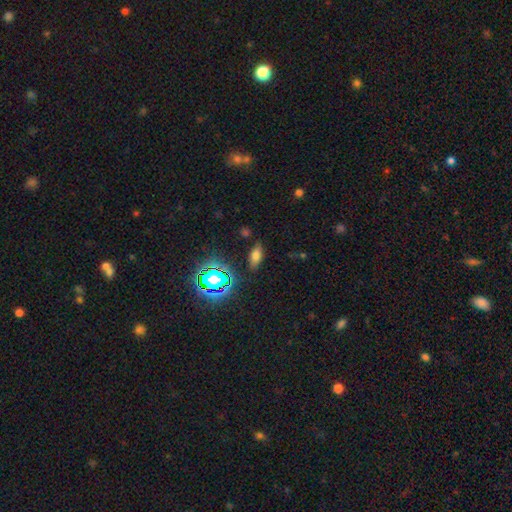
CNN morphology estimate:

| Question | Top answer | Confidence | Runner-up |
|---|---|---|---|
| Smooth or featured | smooth | 65% | star or artifact (23%) |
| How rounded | in between | 83% | cigar-shaped (12%) |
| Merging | none | 83% | minor disturbance (11%) |